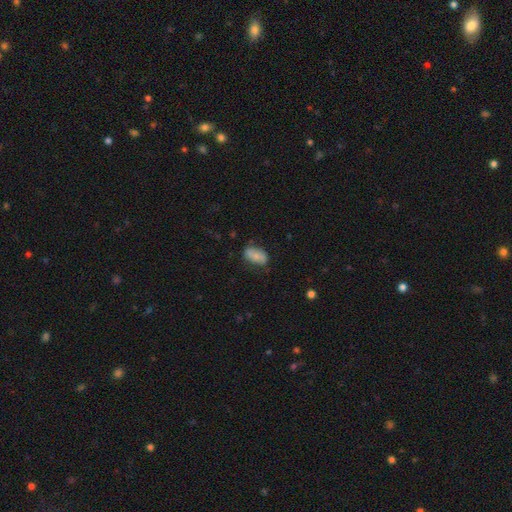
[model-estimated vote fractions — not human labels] smooth_or_featured: smooth (p=0.73) [alt: featured or disk p=0.20]
how_rounded: in between (p=0.91) [alt: round p=0.06]
merging: none (p=0.69) [alt: minor disturbance p=0.23]